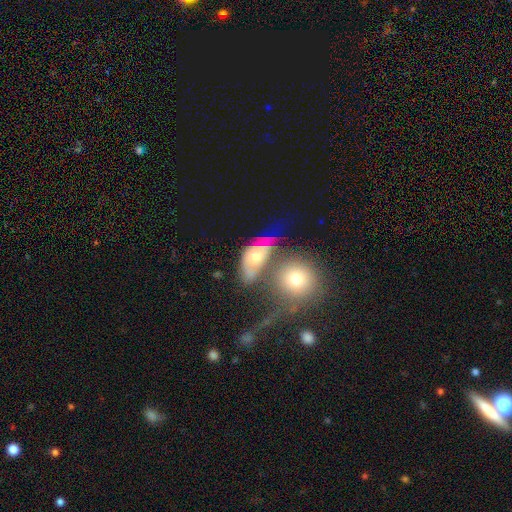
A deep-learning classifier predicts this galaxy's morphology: Smooth or featured? Predicted: featured or disk (p=0.50). Merging? Predicted: merger (p=0.38).